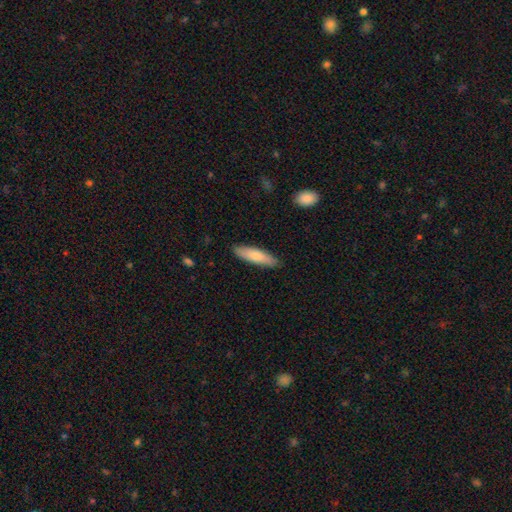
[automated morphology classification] Q: Smooth or featured?
A: smooth (76%); runner-up: featured or disk (18%)
Q: How rounded?
A: cigar-shaped (61%); runner-up: in between (37%)
Q: Merging?
A: none (88%); runner-up: minor disturbance (10%)